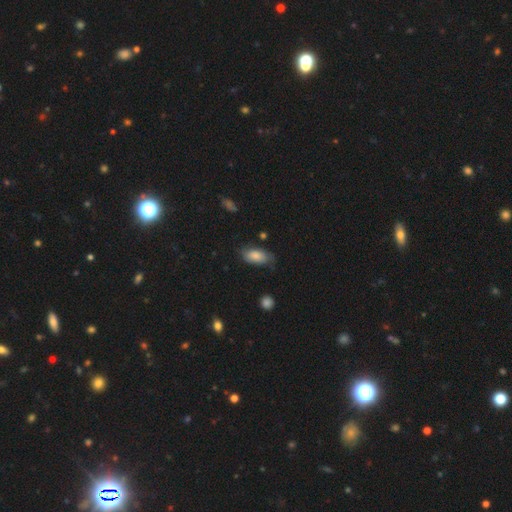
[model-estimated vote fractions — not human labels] Smooth or featured?
  - smooth: 79% *
  - featured or disk: 14%
  - star or artifact: 7%
How rounded?
  - in between: 91% *
  - cigar-shaped: 6%
  - round: 3%
Merging?
  - none: 64% *
  - minor disturbance: 27%
  - major disturbance: 7%
  - merger: 2%